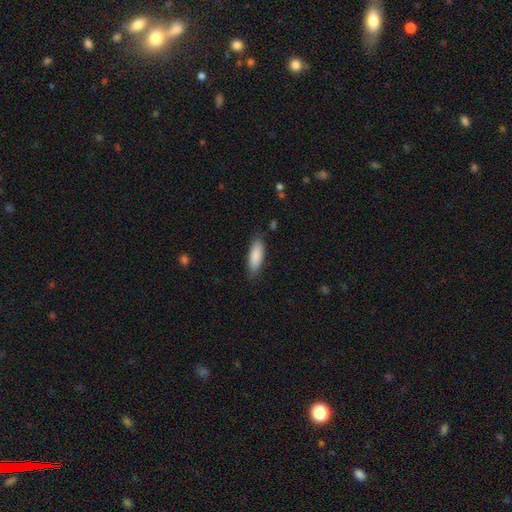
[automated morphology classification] The model was most divided on "how rounded": in between: 55%, cigar-shaped: 44%, round: 1%. More confident: smooth or featured — smooth (87%); merging — none (84%).